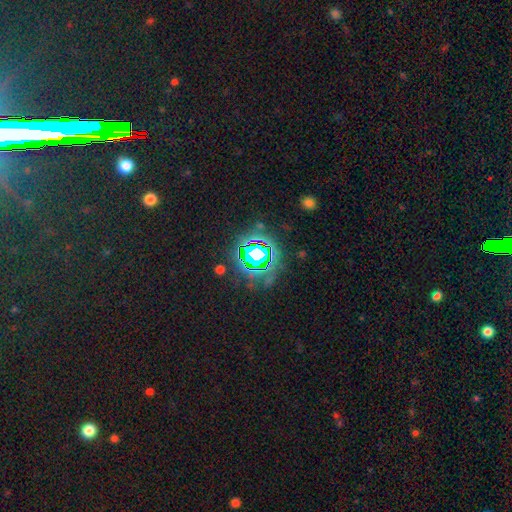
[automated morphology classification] Q: Smooth or featured?
A: star or artifact (71%); runner-up: smooth (16%)